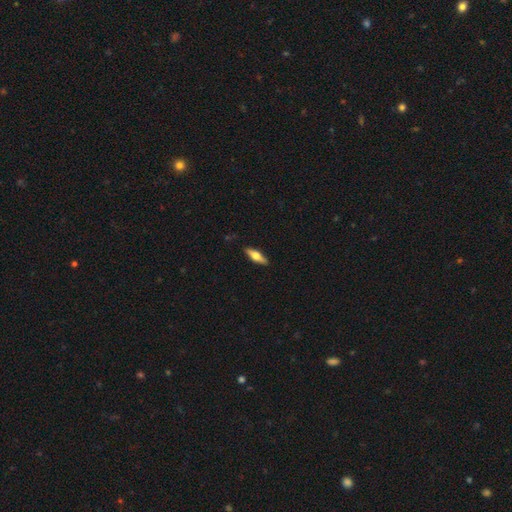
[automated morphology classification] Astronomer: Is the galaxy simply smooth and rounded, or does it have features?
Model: smooth — 49% (runner-up: featured or disk, 45%).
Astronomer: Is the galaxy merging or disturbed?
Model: none — 88%.